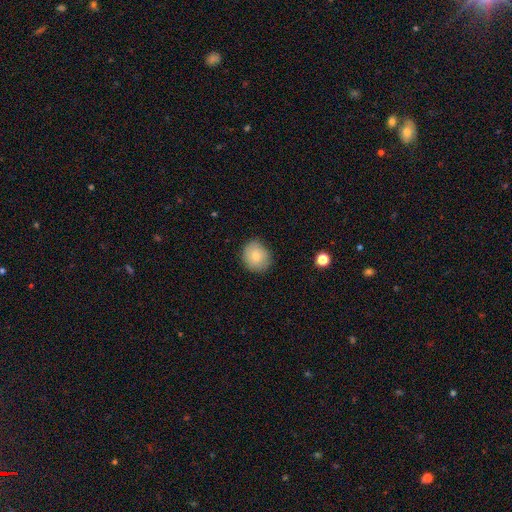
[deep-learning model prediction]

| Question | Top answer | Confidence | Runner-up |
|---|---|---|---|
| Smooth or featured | smooth | 79% | featured or disk (13%) |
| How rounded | round | 68% | in between (31%) |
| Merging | none | 81% | minor disturbance (14%) |